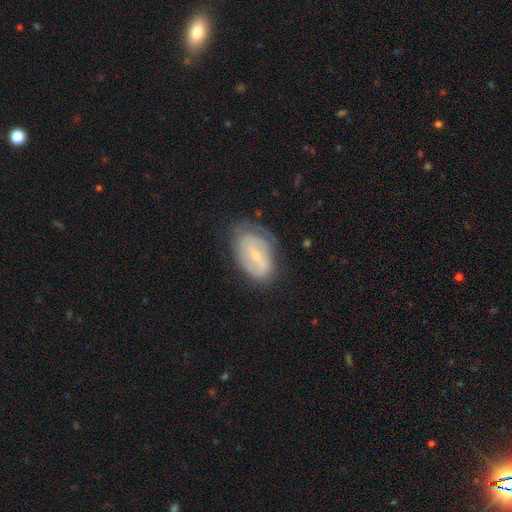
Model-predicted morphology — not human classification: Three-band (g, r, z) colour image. It shows a featured or disk galaxy (71%) with a weak bar (47%), 2 (54%) tight (42%) spiral arms (77%) and a small central bulge (67%). Merging: none (64%).